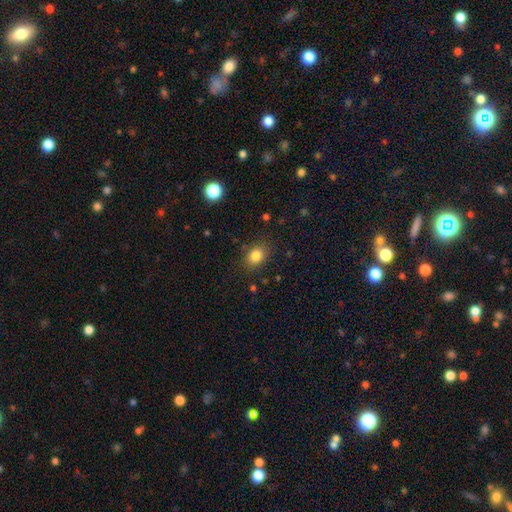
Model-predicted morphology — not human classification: Smooth or featured?
  - smooth: 84% *
  - star or artifact: 11%
  - featured or disk: 6%
How rounded?
  - in between: 60% *
  - round: 39%
  - cigar-shaped: 1%
Merging?
  - none: 83% *
  - minor disturbance: 12%
  - major disturbance: 4%
  - merger: 2%